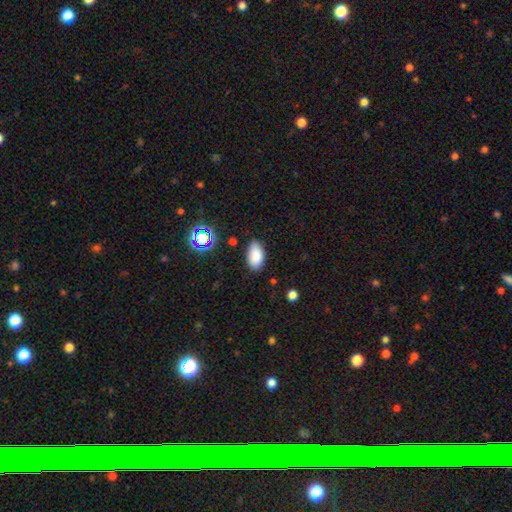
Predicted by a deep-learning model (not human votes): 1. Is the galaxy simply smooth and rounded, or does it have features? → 85% smooth, 10% star or artifact, 5% featured or disk.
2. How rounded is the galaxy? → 94% in between, 4% round, 2% cigar-shaped.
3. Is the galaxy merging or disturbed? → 82% none, 13% minor disturbance, 3% major disturbance, 2% merger.